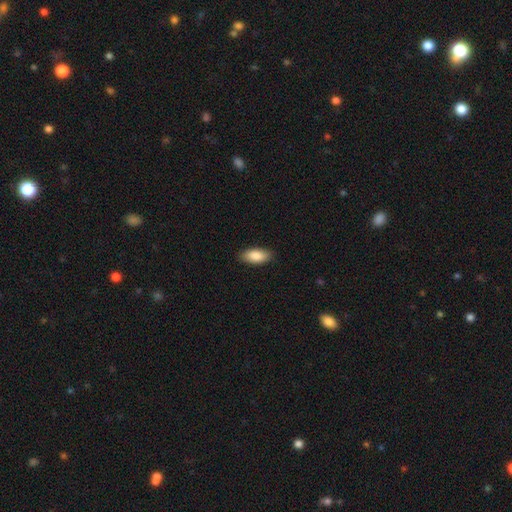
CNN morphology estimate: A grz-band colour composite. It shows a smooth galaxy with no disk features (88%) that is in between round and cigar-shaped (88%). Merging: none (88%).